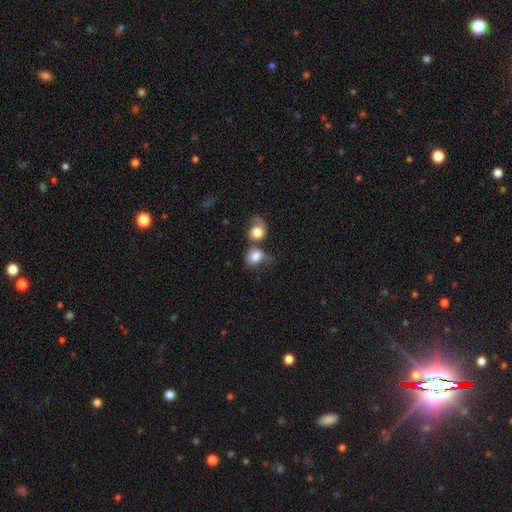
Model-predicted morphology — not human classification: This appears to be a smooth galaxy with no disk features (76%) that is in between round and cigar-shaped (50%). Merging: merger (55%).